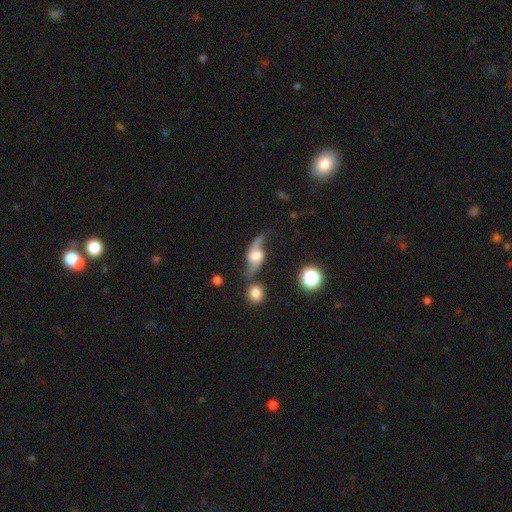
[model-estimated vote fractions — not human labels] Smooth or featured?
  - featured or disk: 79% *
  - smooth: 13%
  - star or artifact: 8%
Edge-on disk?
  - no: 87% *
  - yes: 13%
Bar?
  - no: 52% *
  - weak: 36%
  - strong: 12%
Spiral arms?
  - yes: 93% *
  - no: 7%
Spiral winding?
  - loose: 83% *
  - medium: 13%
  - tight: 4%
Spiral arm count?
  - 2: 91% *
  - 1: 3%
  - can't tell: 3%
  - 3: 1%
  - 4: 1%
  - more than 4: 1%
Bulge size?
  - moderate: 40% *
  - large: 32%
  - small: 15%
  - none: 7%
  - dominant: 6%
Merging?
  - none: 57% *
  - minor disturbance: 21%
  - major disturbance: 12%
  - merger: 10%